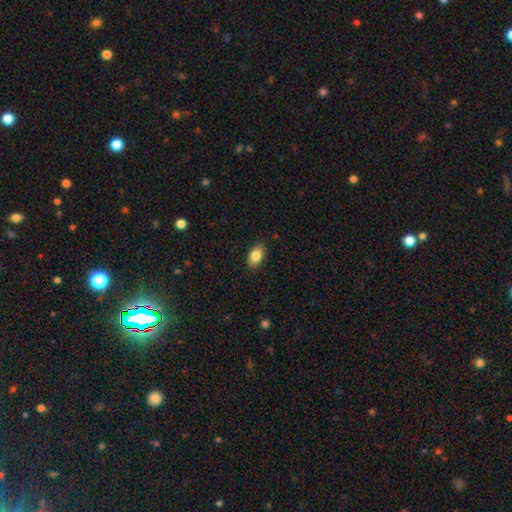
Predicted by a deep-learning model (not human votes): The model was most divided on "smooth or featured": smooth: 84%, featured or disk: 9%, star or artifact: 8%. More confident: how rounded — in between (90%); merging — none (88%).